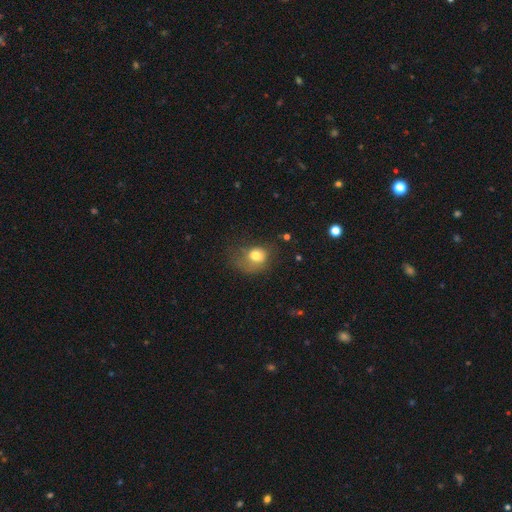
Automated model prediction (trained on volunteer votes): Morphology: type=smooth (73%); roundness=round (54%); merging=major disturbance (37%).